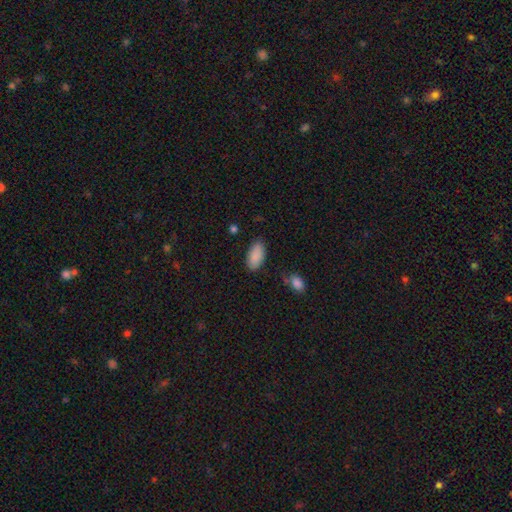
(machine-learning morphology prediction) Smooth or featured? Predicted: smooth (p=0.89). How rounded? Predicted: in between (p=0.93). Merging? Predicted: none (p=0.82).